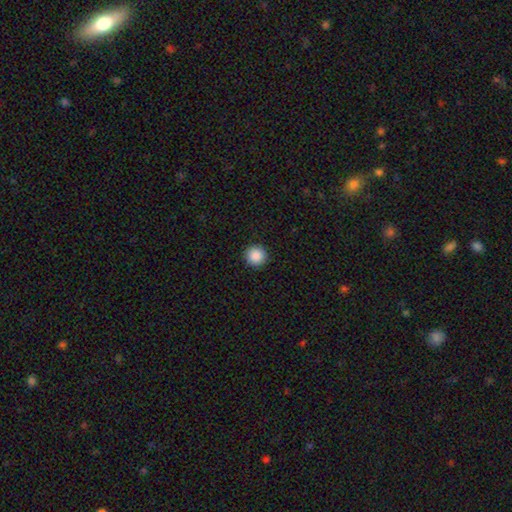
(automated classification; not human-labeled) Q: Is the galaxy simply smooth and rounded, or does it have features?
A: smooth — 88%.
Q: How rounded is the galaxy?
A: round — 96%.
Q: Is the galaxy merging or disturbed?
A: none — 93%.